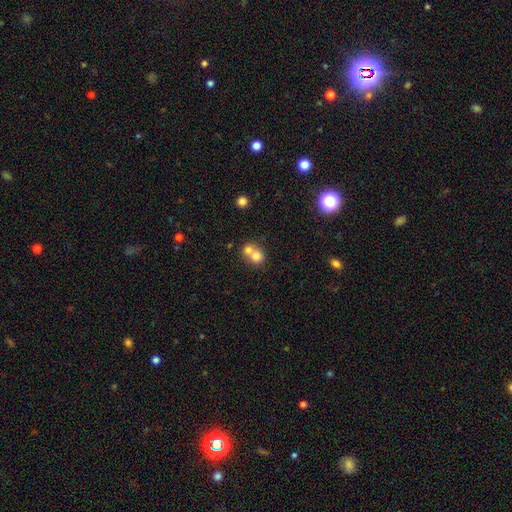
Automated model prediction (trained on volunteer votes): This is likely a smooth galaxy (74%). How rounded: likely round (75%). Merging: likely merger (63%).